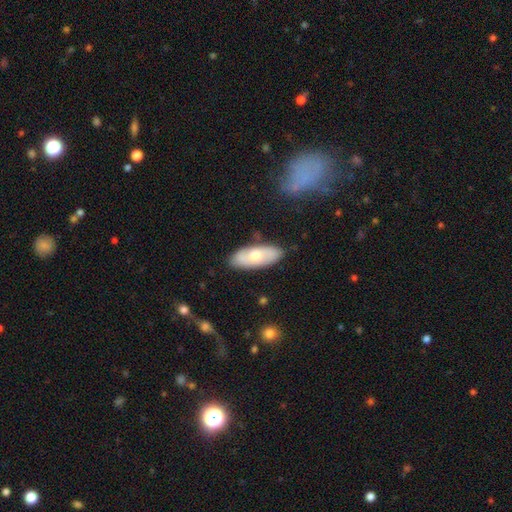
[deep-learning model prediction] Smooth or featured: smooth — 56% (featured or disk — 39%)
How rounded: in between — 81% (cigar-shaped — 16%)
Merging: none — 83% (minor disturbance — 12%)